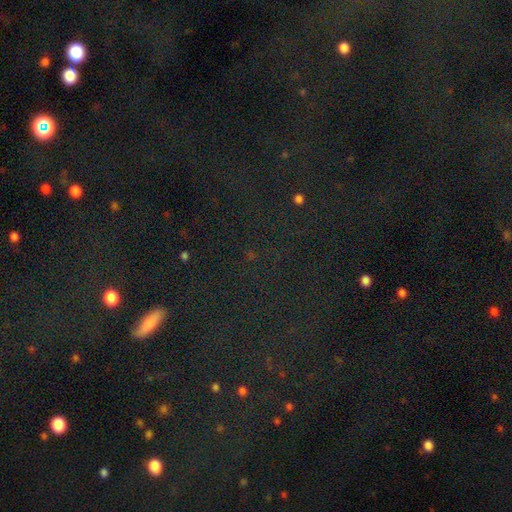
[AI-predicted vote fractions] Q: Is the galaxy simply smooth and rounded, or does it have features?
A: star or artifact — 72%.